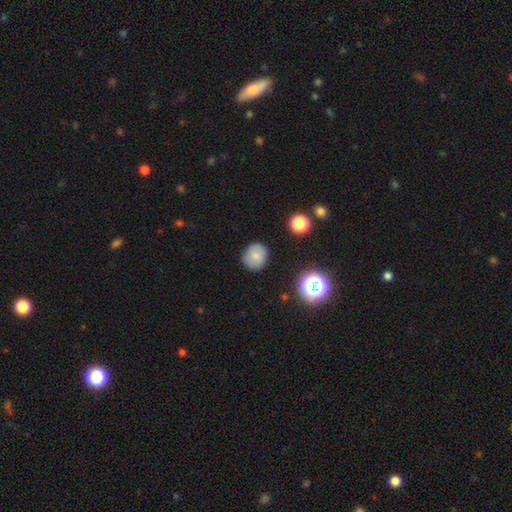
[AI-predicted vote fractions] Smooth or featured: smooth — 76% (featured or disk — 13%)
How rounded: round — 80% (in between — 19%)
Merging: none — 84% (minor disturbance — 12%)